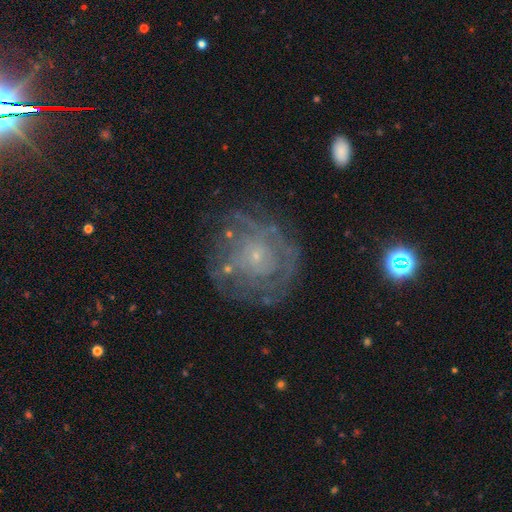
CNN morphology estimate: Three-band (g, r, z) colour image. It shows a featured or disk galaxy (73%) with no bar (83%), tight (70%) spiral arms (73%) and a small central bulge (82%). Merging: none (69%).